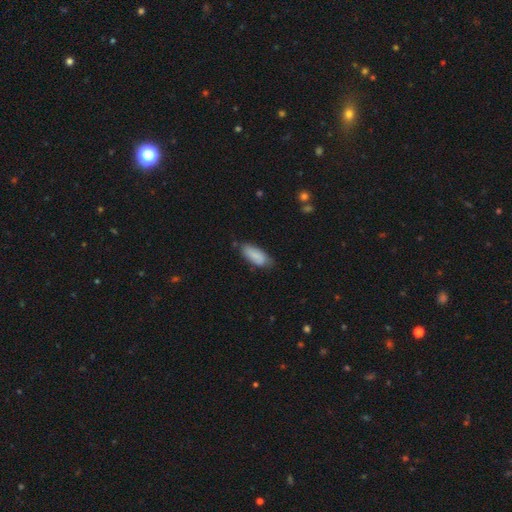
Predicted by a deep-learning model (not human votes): Smooth or featured? smooth (85%)
How rounded? in between (80%)
Merging? none (66%)